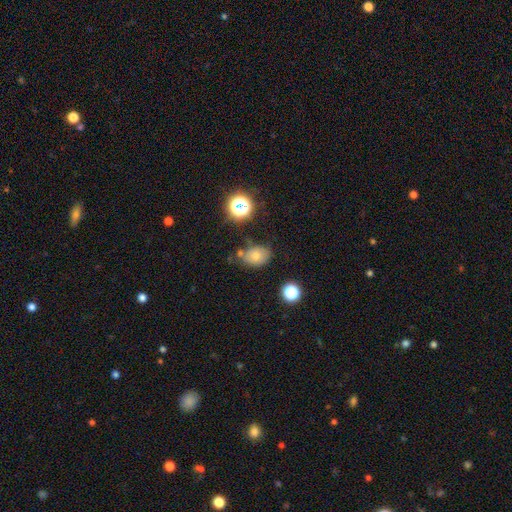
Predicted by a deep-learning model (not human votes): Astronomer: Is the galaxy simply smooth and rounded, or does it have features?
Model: smooth — 73%.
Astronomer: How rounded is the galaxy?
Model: in between — 67%.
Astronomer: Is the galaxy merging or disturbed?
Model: none — 62%.